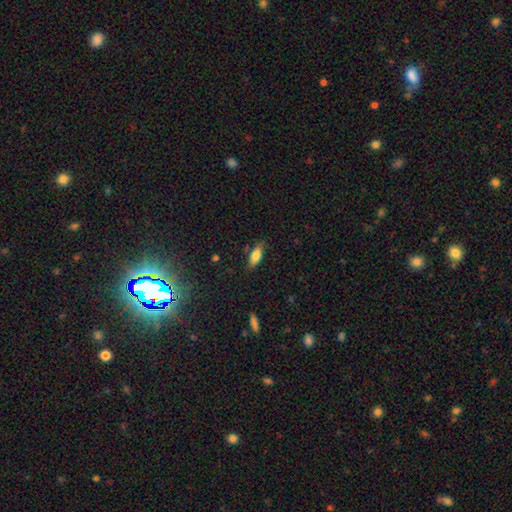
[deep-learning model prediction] Overall: smooth (79%). How rounded: in between (73%). Merging: none (77%).